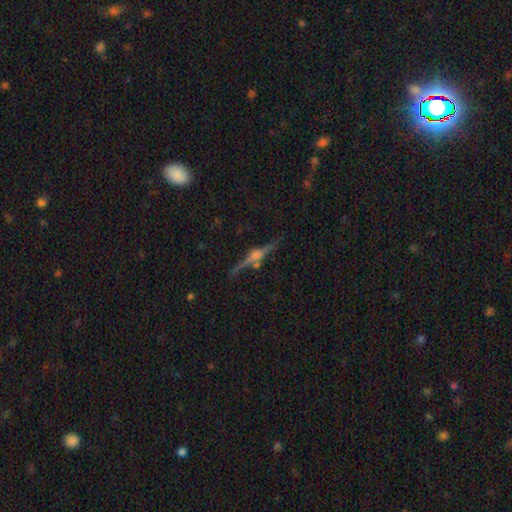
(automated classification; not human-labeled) Q: Smooth or featured?
A: featured or disk (81%); runner-up: smooth (10%)
Q: Edge-on disk?
A: yes (97%); runner-up: no (3%)
Q: Edge-on bulge?
A: rounded (83%); runner-up: boxy (11%)
Q: Merging?
A: none (84%); runner-up: minor disturbance (10%)